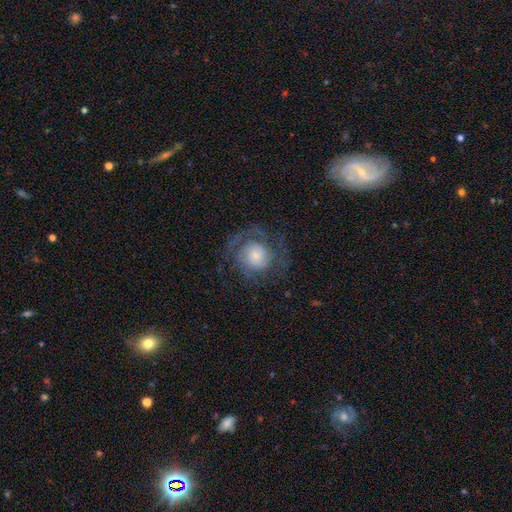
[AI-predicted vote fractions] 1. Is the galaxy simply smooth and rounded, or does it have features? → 57% featured or disk, 35% smooth, 8% star or artifact.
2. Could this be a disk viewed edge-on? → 97% no, 3% yes.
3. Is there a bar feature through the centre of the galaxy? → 79% no, 18% weak, 4% strong.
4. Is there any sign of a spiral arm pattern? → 76% yes, 24% no.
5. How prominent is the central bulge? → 42% small, 28% moderate, 21% large, 5% dominant, 5% none.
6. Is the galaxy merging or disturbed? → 61% none, 21% major disturbance, 17% minor disturbance, 1% merger.